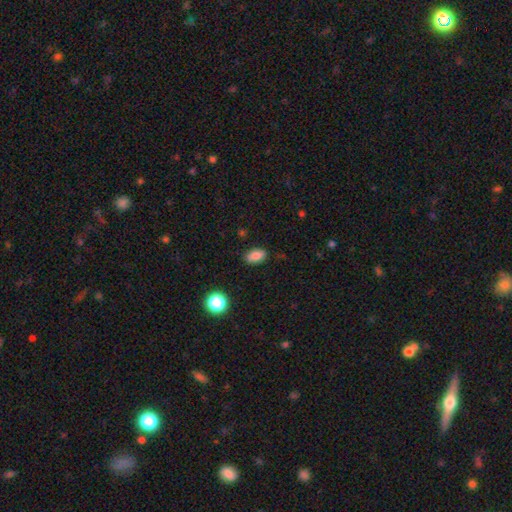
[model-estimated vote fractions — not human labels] Overall: smooth (84%). How rounded: in between (89%). Merging: none (85%).